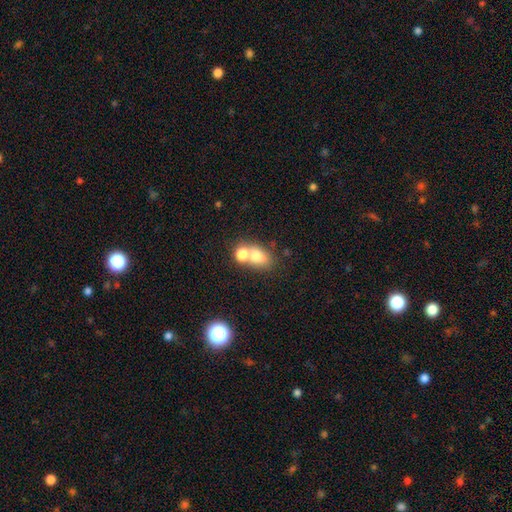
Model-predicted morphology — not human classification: smooth-or-featured: smooth: 73% | featured or disk: 16% | star or artifact: 11%
  how-rounded: in between: 61% | round: 37% | cigar-shaped: 2%
  merging: merger: 54% | none: 34% | minor disturbance: 8% | major disturbance: 4%